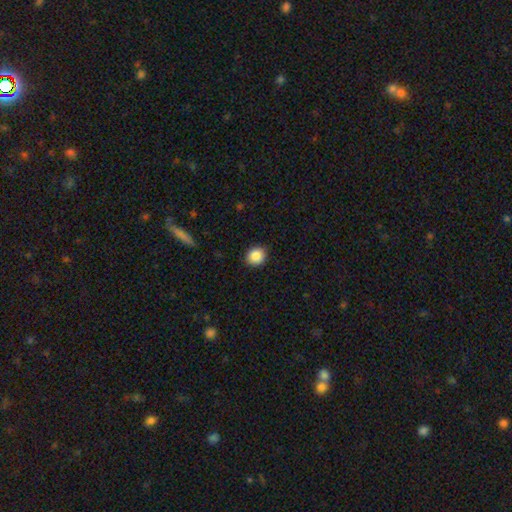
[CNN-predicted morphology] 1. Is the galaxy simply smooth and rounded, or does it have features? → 87% smooth, 9% star or artifact, 4% featured or disk.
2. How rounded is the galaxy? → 84% round, 15% in between, 1% cigar-shaped.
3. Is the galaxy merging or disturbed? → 89% none, 8% minor disturbance, 2% major disturbance, 1% merger.